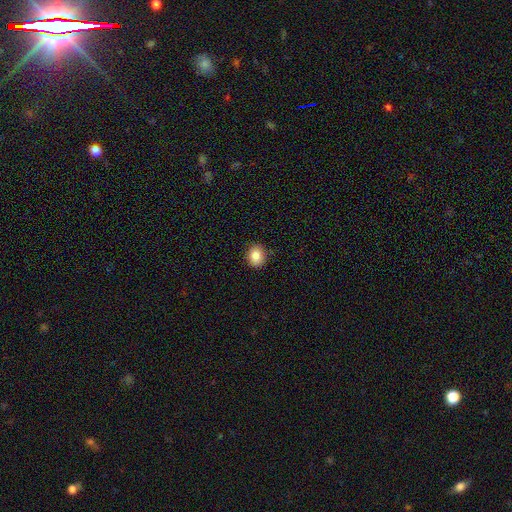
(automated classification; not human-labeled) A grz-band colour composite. It shows a smooth galaxy with no disk features (85%) that is round (70%). Merging: none (89%).